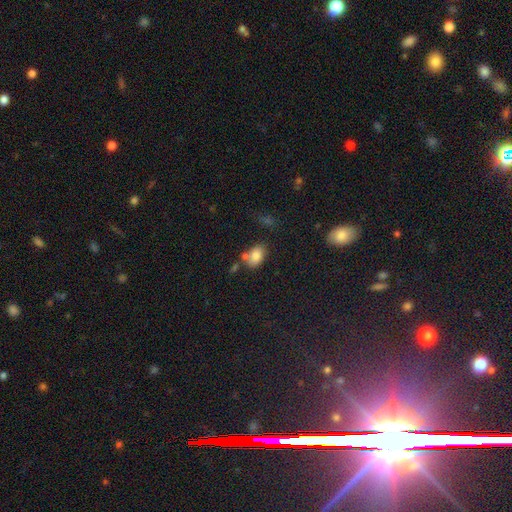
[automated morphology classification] Overall: smooth (82%). How rounded: in between (84%). Merging: none (60%).